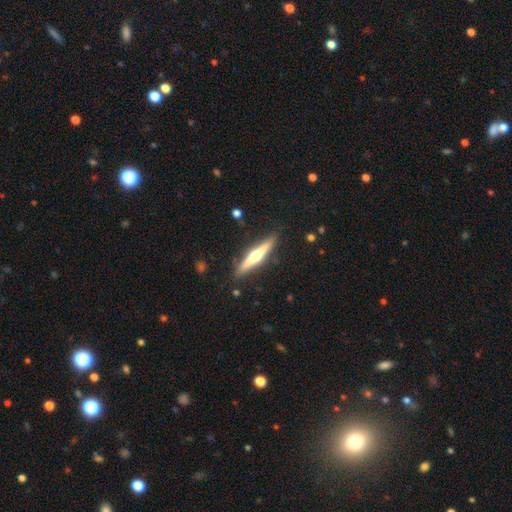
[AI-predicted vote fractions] Q: Smooth or featured?
A: featured or disk (68%); runner-up: smooth (27%)
Q: Edge-on disk?
A: yes (97%); runner-up: no (3%)
Q: Edge-on bulge?
A: rounded (93%); runner-up: none (4%)
Q: Merging?
A: none (88%); runner-up: minor disturbance (8%)